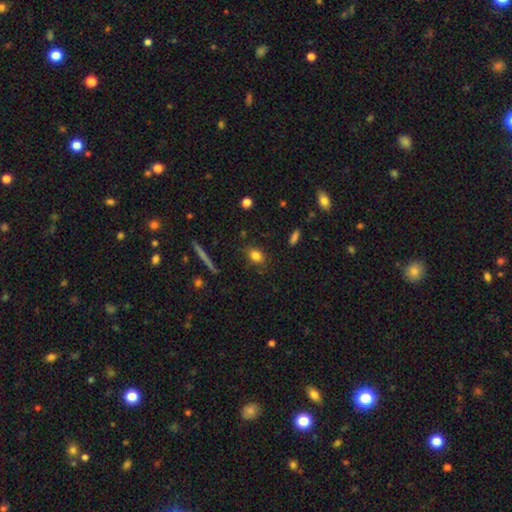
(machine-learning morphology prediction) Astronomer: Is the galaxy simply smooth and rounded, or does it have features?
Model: smooth — 82%.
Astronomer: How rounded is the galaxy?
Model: in between — 56% (runner-up: round, 39%).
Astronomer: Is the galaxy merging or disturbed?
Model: none — 81%.